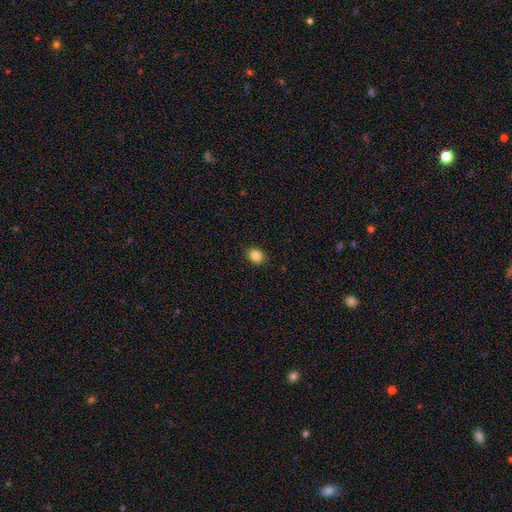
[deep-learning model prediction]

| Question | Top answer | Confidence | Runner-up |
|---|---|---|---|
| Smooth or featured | smooth | 85% | star or artifact (10%) |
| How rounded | round | 50% | in between (49%) |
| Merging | none | 89% | minor disturbance (8%) |